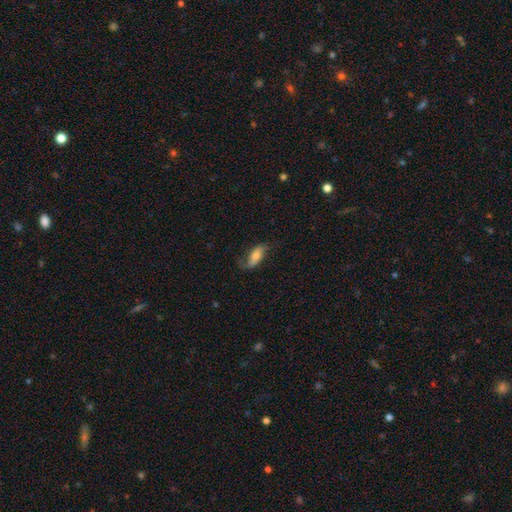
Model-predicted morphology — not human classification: type=smooth (51%); roundness=in between (77%); merging=none (58%).